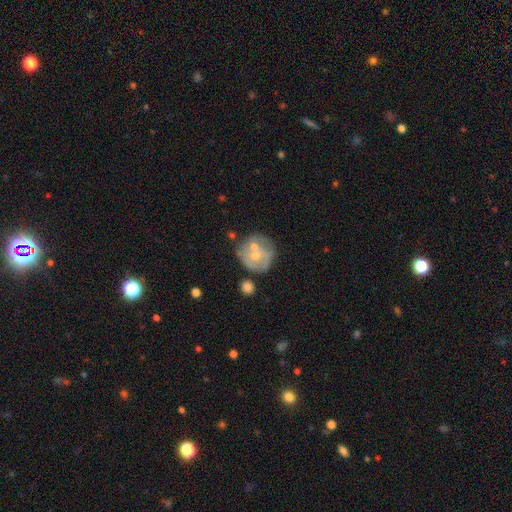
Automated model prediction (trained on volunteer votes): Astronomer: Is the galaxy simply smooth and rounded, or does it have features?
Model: featured or disk — 52% (runner-up: smooth, 38%).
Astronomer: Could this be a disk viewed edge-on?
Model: no — 97%.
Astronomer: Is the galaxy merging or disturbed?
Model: none — 59%.